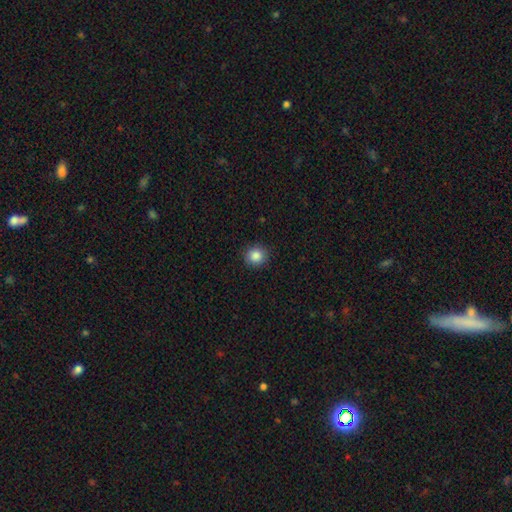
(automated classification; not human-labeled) The model was most divided on "smooth or featured": smooth: 86%, star or artifact: 10%, featured or disk: 4%. More confident: merging — none (91%); how rounded — round (88%).